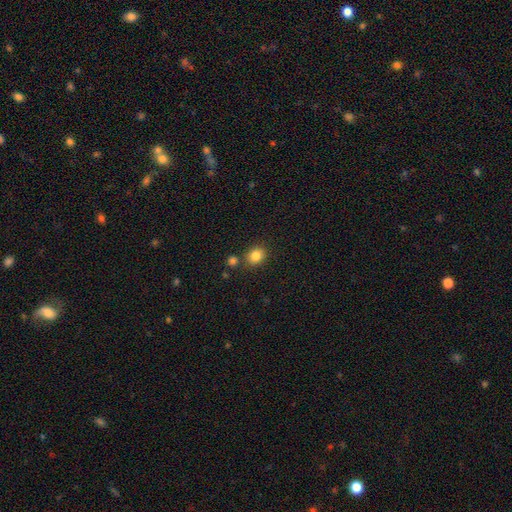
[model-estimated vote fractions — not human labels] Smooth or featured? smooth (84%)
How rounded? round (65%)
Merging? none (78%)